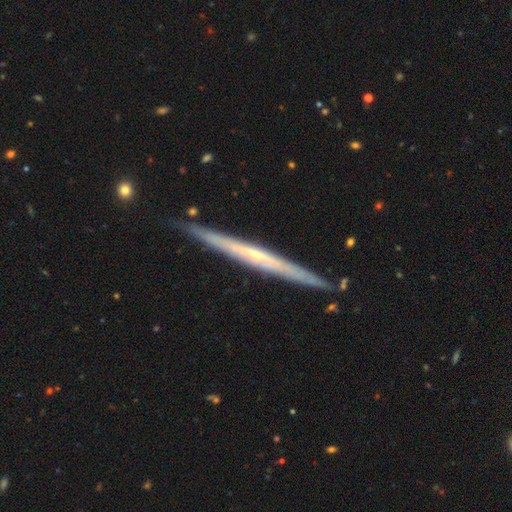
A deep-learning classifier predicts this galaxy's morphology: Smooth or featured?
  - featured or disk: 73% *
  - smooth: 21%
  - star or artifact: 5%
Edge-on disk?
  - yes: 96% *
  - no: 4%
Edge-on bulge?
  - none: 66% *
  - rounded: 29%
  - boxy: 5%
Merging?
  - none: 88% *
  - minor disturbance: 9%
  - merger: 1%
  - major disturbance: 1%